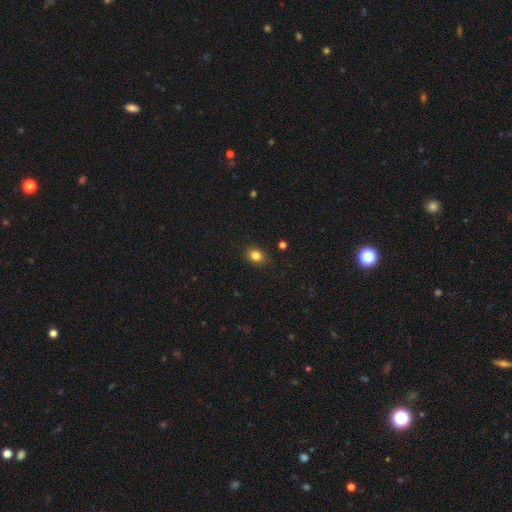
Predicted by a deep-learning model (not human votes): This appears to be a smooth galaxy with no disk features (83%) that is round (54%). Merging: none (87%).